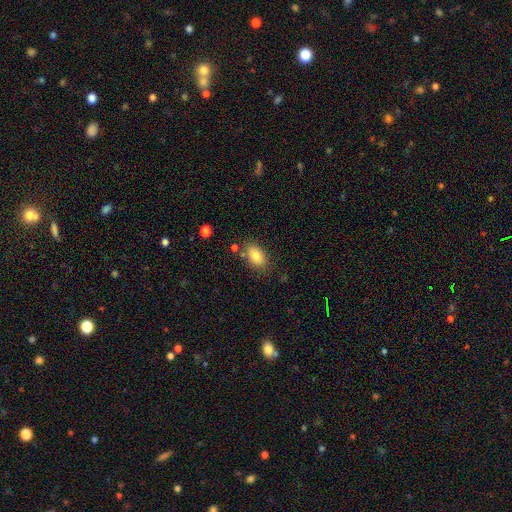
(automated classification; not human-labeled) This appears to be a smooth galaxy with no disk features (81%) that is in between round and cigar-shaped (88%). Merging: none (75%).